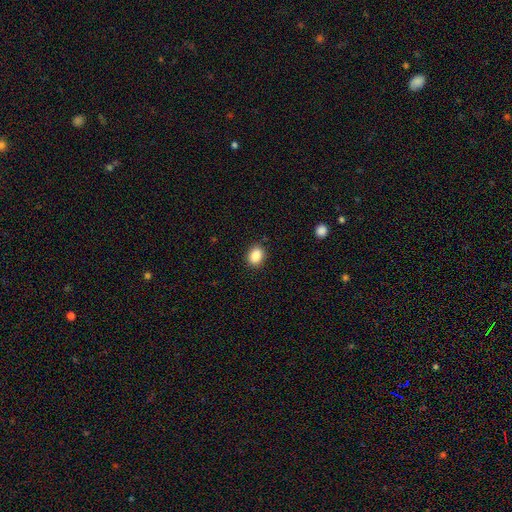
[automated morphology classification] smooth 87%, star or artifact 9%, featured or disk 4%. Down the decision tree: how rounded — in between (57%); merging — none (89%).